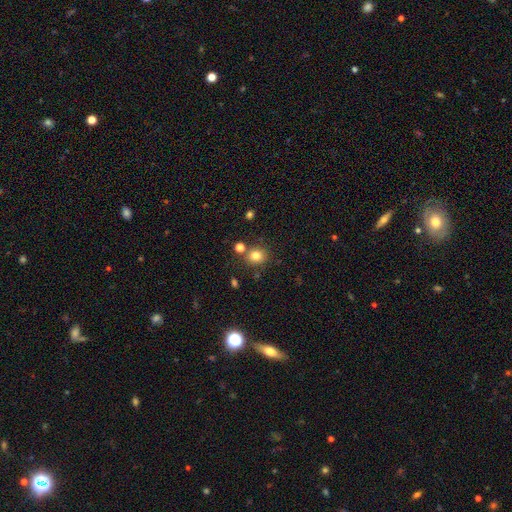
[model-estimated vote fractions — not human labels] A smooth galaxy with no disk features (80%) that is round (79%).

Vote fractions:
- Smooth or featured? smooth: 80% / star or artifact: 13% / featured or disk: 7%
- How rounded? round: 79% / in between: 20% / cigar-shaped: 1%
- Merging? none: 77% / merger: 10% / minor disturbance: 10% / major disturbance: 3%